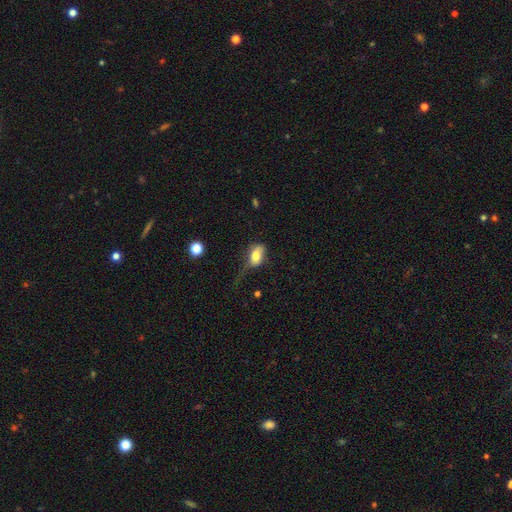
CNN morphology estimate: smooth 74%, featured or disk 17%, star or artifact 9%. Down the decision tree: how rounded — in between (85%); merging — major disturbance (39%).